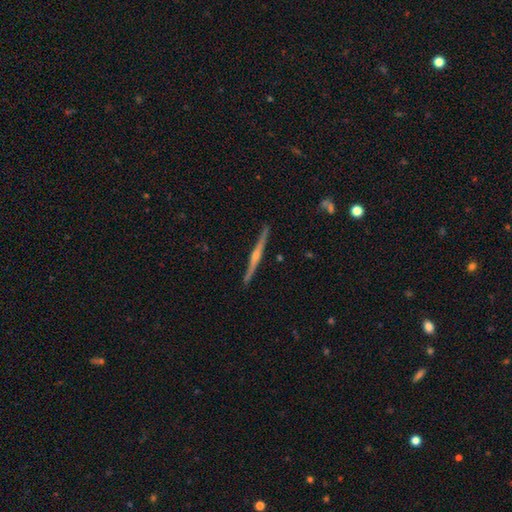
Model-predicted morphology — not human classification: Q: Smooth or featured?
A: featured or disk (77%); runner-up: smooth (15%)
Q: Edge-on disk?
A: yes (98%); runner-up: no (2%)
Q: Edge-on bulge?
A: rounded (79%); runner-up: none (15%)
Q: Merging?
A: none (90%); runner-up: minor disturbance (7%)